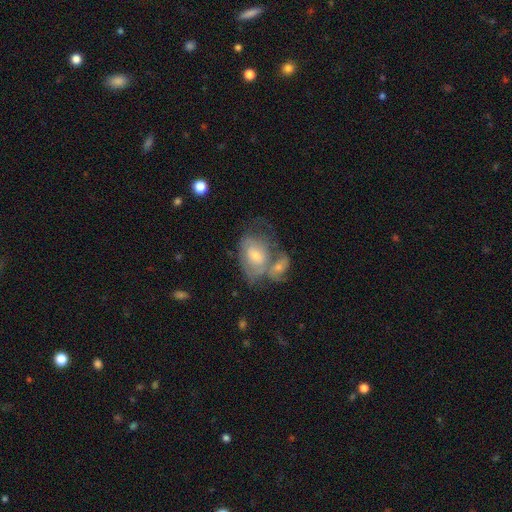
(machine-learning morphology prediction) Q: Smooth or featured?
A: featured or disk (54%); runner-up: smooth (38%)
Q: Edge-on disk?
A: no (95%); runner-up: yes (5%)
Q: Bar?
A: no (68%); runner-up: weak (26%)
Q: Spiral arms?
A: yes (62%); runner-up: no (38%)
Q: Bulge size?
A: moderate (48%); runner-up: small (45%)
Q: Merging?
A: merger (51%); runner-up: none (22%)